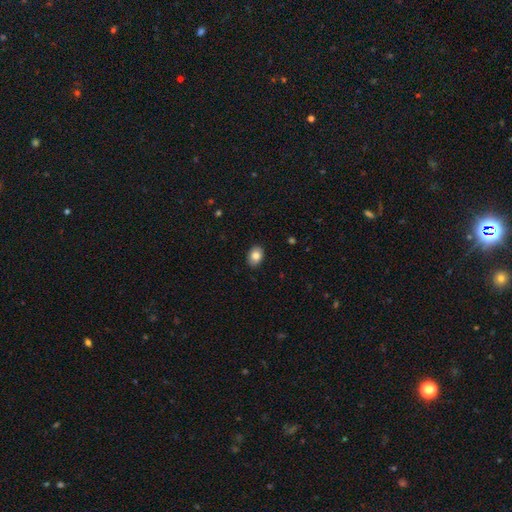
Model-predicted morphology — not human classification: Smooth or featured?
  - smooth: 84% *
  - star or artifact: 8%
  - featured or disk: 8%
How rounded?
  - in between: 76% *
  - round: 23%
  - cigar-shaped: 1%
Merging?
  - none: 89% *
  - minor disturbance: 9%
  - major disturbance: 2%
  - merger: 1%